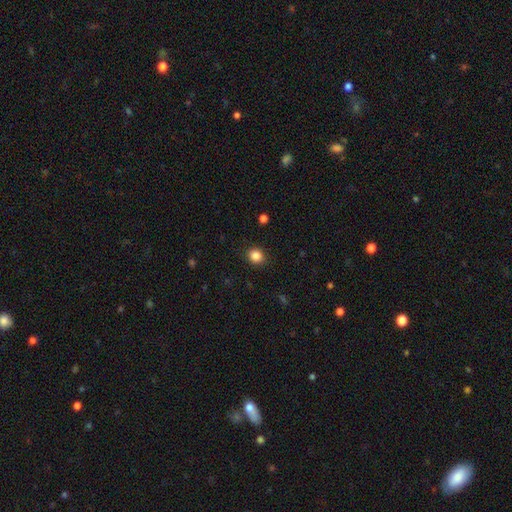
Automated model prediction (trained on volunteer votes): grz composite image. It shows a smooth galaxy with no disk features (86%) that is round (74%). Merging: none (88%).